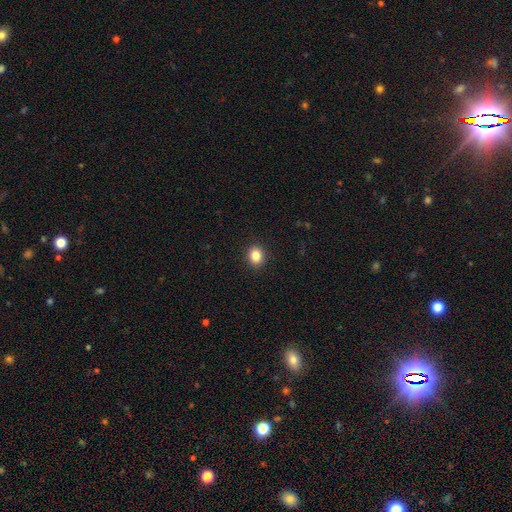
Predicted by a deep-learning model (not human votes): smooth-or-featured: smooth: 85% | star or artifact: 10% | featured or disk: 5%
  how-rounded: round: 58% | in between: 41% | cigar-shaped: 1%
  merging: none: 91% | minor disturbance: 6% | major disturbance: 2% | merger: 1%